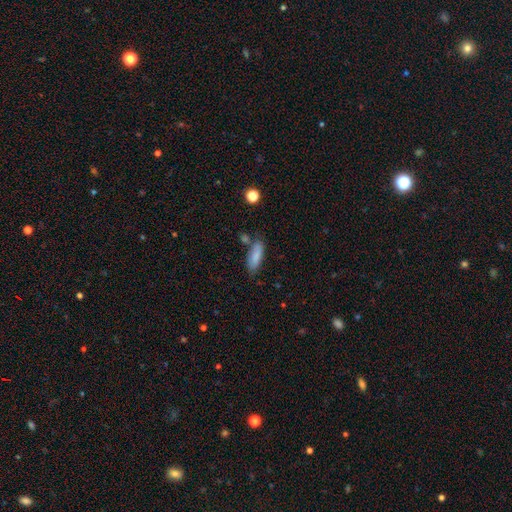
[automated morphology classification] This appears to be a smooth galaxy with no disk features (84%) that is in between round and cigar-shaped (65%). Merging: none (67%).